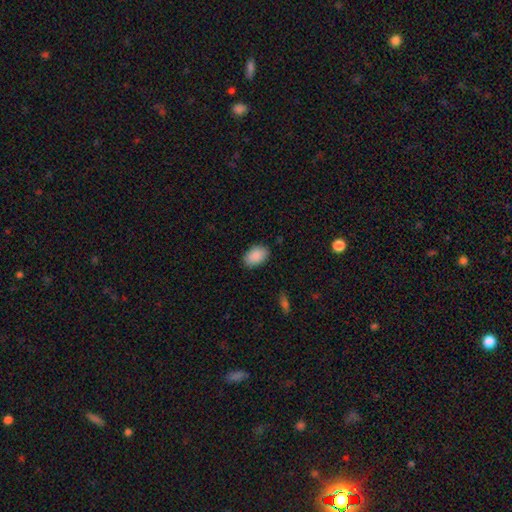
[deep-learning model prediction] Q: Smooth or featured?
A: smooth (90%); runner-up: star or artifact (7%)
Q: How rounded?
A: in between (88%); runner-up: round (10%)
Q: Merging?
A: none (85%); runner-up: minor disturbance (11%)